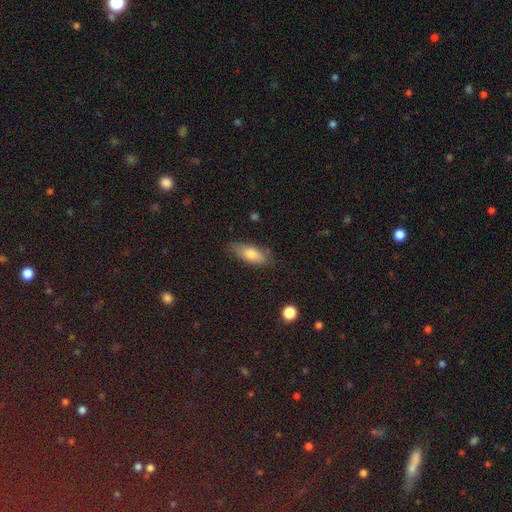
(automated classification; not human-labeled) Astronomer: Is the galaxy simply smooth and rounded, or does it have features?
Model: smooth — 67%.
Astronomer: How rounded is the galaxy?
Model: in between — 70%.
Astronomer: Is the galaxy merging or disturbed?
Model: none — 82%.